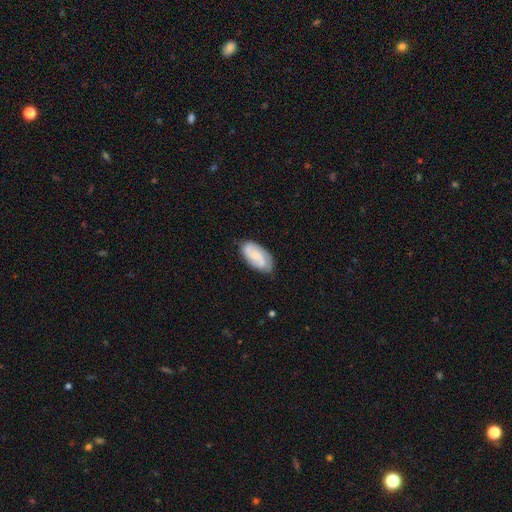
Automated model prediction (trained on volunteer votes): smooth_or_featured: featured or disk (p=0.56) [alt: smooth p=0.38]
disk_edge_on: no (p=0.96) [alt: yes p=0.04]
bar: no (p=0.59) [alt: weak p=0.34]
has_spiral_arms: yes (p=0.91) [alt: no p=0.09]
bulge_size: small (p=0.54) [alt: none p=0.23]
merging: none (p=0.74) [alt: minor disturbance p=0.20]